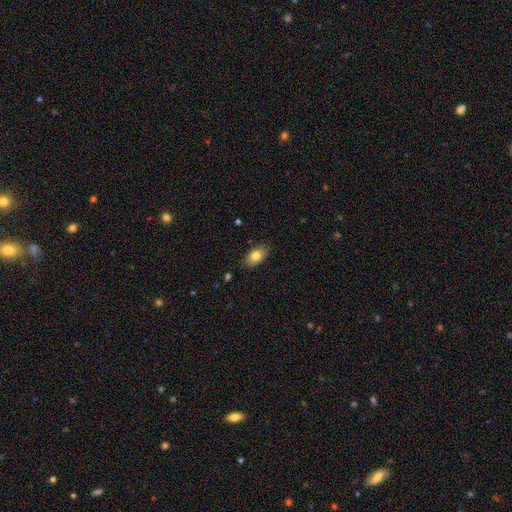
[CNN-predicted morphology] This appears to be a smooth galaxy with no disk features (80%) that is in between round and cigar-shaped (89%). Merging: none (84%).